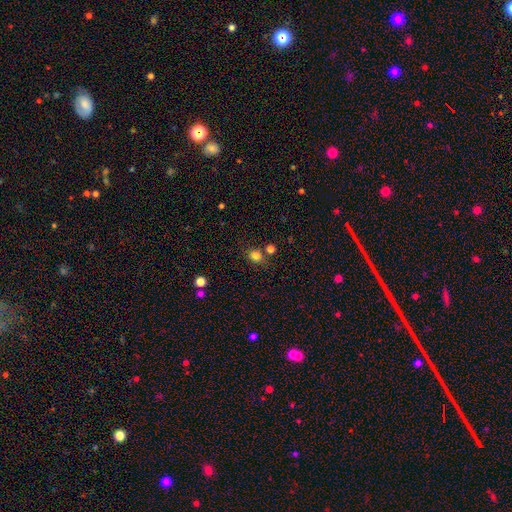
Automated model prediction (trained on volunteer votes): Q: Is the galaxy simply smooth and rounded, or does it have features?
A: smooth — 80%.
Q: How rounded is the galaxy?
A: round — 70%.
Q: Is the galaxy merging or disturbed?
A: none — 74%.